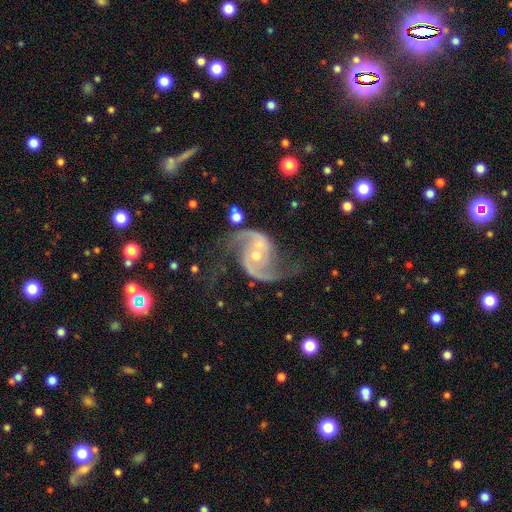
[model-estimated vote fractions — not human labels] Smooth or featured? Predicted: featured or disk (p=0.92). Edge-on disk? Predicted: no (p=0.98). Bar? Predicted: no (p=0.57). Spiral arms? Predicted: yes (p=0.98). Spiral winding? Predicted: medium (p=0.49). Spiral arm count? Predicted: 2 (p=0.94). Bulge size? Predicted: small (p=0.56). Merging? Predicted: none (p=0.65).